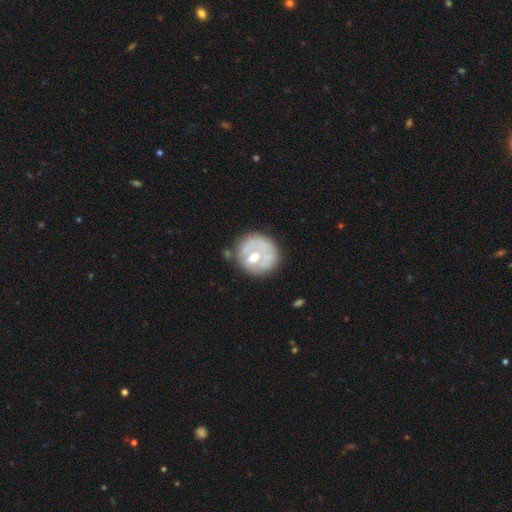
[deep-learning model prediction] A featured or disk galaxy (54%) with no bar (69%), no spiral arms (72%) and a moderate central bulge (65%). Merging: none (57%).